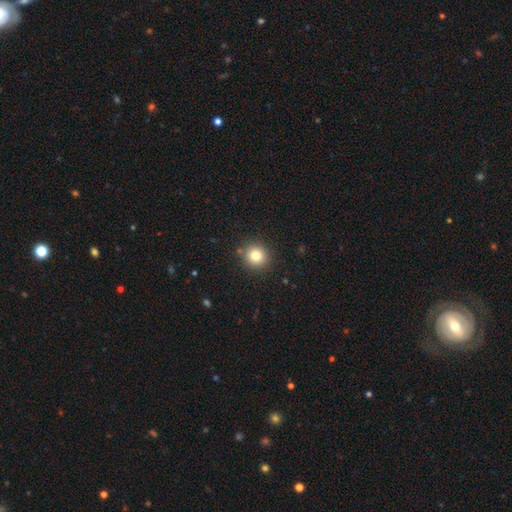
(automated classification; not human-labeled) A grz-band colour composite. It shows a smooth galaxy with no disk features (80%) that is round (92%). Merging: none (89%).